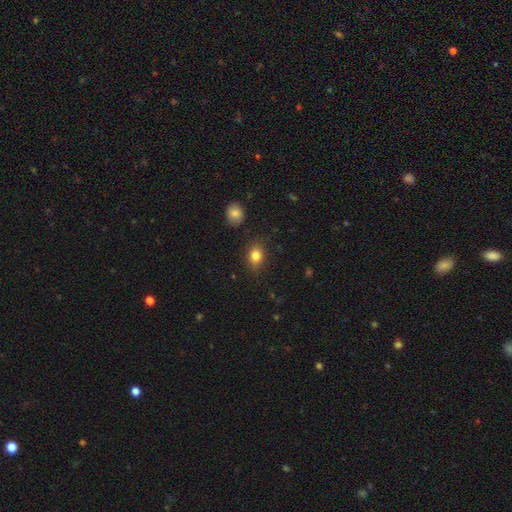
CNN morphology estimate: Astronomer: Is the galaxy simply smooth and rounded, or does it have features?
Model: smooth — 83%.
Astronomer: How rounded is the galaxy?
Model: in between — 61% (runner-up: round, 38%).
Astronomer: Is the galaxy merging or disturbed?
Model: none — 84%.